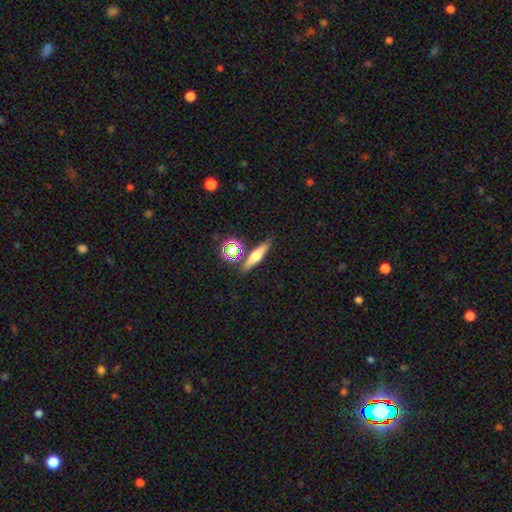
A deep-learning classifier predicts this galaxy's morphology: Smooth or featured: smooth — 48% (featured or disk — 40%)
Merging: none — 82% (minor disturbance — 9%)